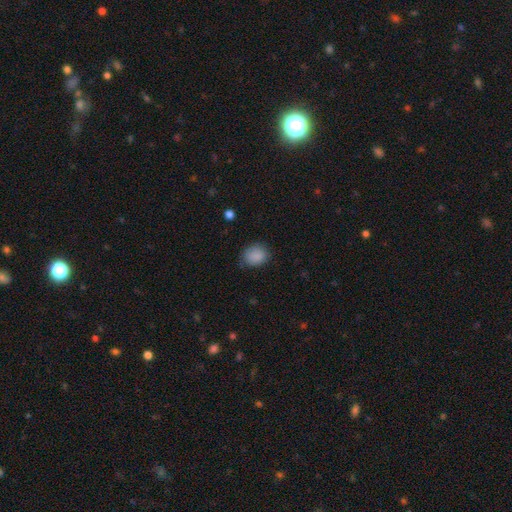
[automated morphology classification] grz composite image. It shows a smooth galaxy with no disk features (87%) that is round (61%). Merging: none (76%).